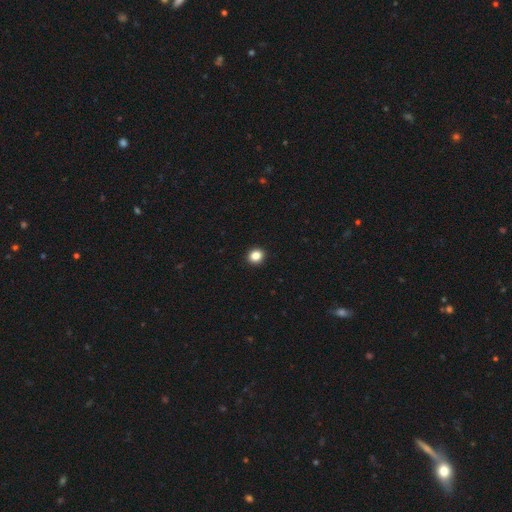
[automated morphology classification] smooth 85%, star or artifact 11%, featured or disk 4%. Down the decision tree: how rounded — round (82%); merging — none (93%).